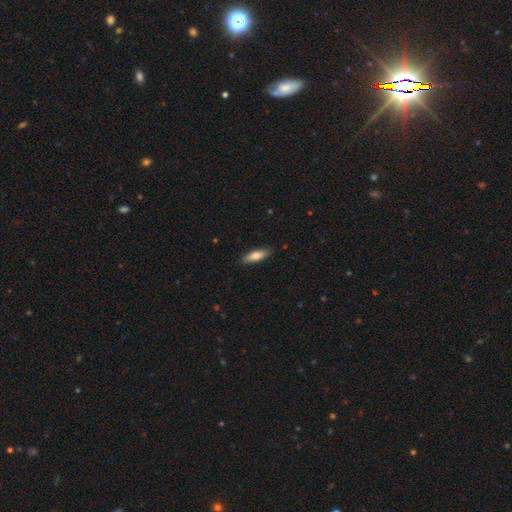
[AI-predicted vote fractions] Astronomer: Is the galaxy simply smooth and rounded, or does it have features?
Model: smooth — 75%.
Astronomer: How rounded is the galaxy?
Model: cigar-shaped — 54% (runner-up: in between, 44%).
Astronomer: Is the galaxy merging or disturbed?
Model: none — 87%.